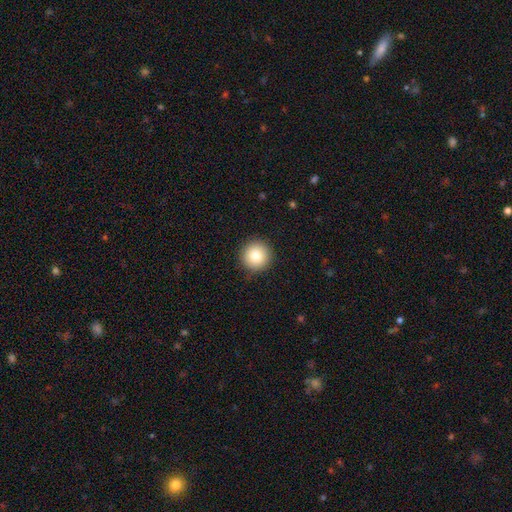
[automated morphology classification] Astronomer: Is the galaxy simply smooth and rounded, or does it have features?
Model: smooth — 80%.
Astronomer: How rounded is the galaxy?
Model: round — 96%.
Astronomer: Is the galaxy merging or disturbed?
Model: none — 91%.